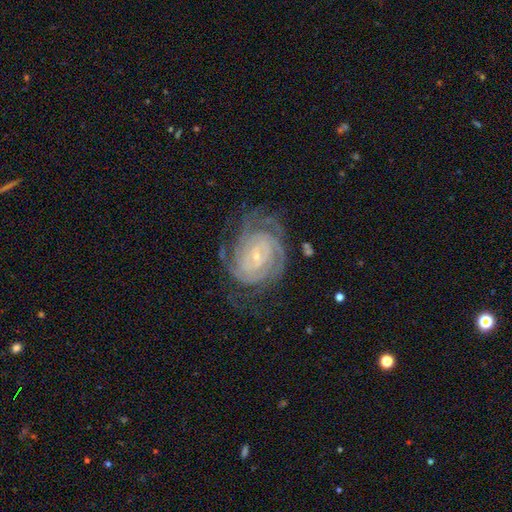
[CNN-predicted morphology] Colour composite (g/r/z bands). It shows a featured or disk galaxy (78%) with no bar (59%), tight (71%) spiral arms (95%) and a small central bulge (73%). Merging: none (71%).